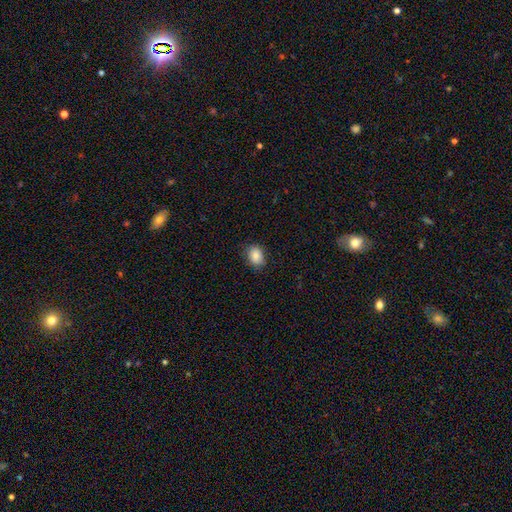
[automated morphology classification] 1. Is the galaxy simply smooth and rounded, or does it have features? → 84% smooth, 9% star or artifact, 8% featured or disk.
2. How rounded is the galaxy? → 63% in between, 36% round, 1% cigar-shaped.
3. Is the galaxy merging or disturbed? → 83% none, 13% minor disturbance, 3% major disturbance, 1% merger.